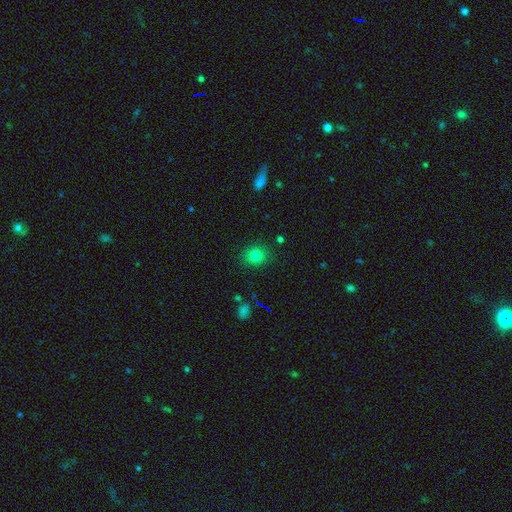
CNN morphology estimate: The model was most divided on "how rounded": round: 71%, in between: 28%, cigar-shaped: 1%. More confident: merging — none (87%); smooth or featured — smooth (78%).